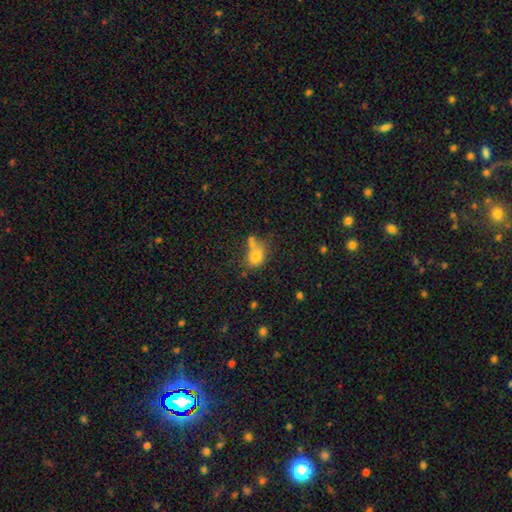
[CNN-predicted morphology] Smooth or featured?
  - smooth: 76% *
  - featured or disk: 12%
  - star or artifact: 12%
How rounded?
  - in between: 52% *
  - round: 46%
  - cigar-shaped: 1%
Merging?
  - none: 45% *
  - merger: 29%
  - minor disturbance: 18%
  - major disturbance: 8%